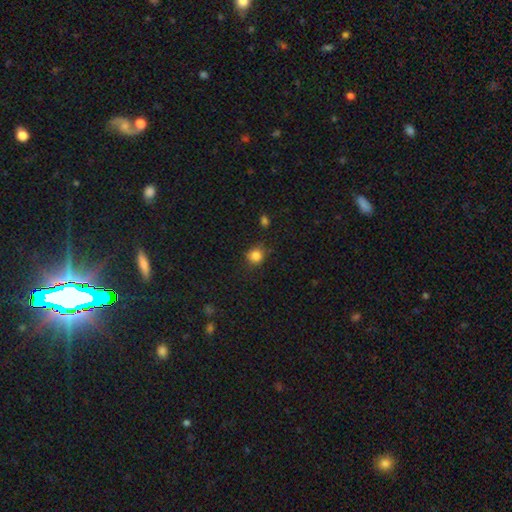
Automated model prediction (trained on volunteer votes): Smooth or featured? smooth (84%)
How rounded? round (86%)
Merging? none (77%)